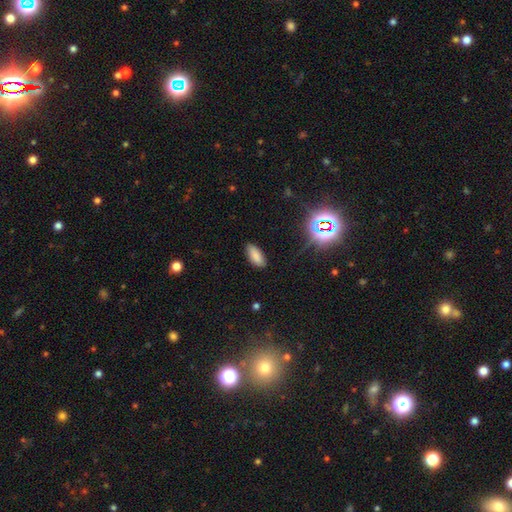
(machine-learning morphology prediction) A smooth galaxy with no disk features (82%) that is in between round and cigar-shaped (85%).

Vote fractions:
- Smooth or featured? smooth: 82% / star or artifact: 12% / featured or disk: 6%
- How rounded? in between: 85% / cigar-shaped: 13% / round: 2%
- Merging? none: 86% / minor disturbance: 10% / major disturbance: 2% / merger: 1%